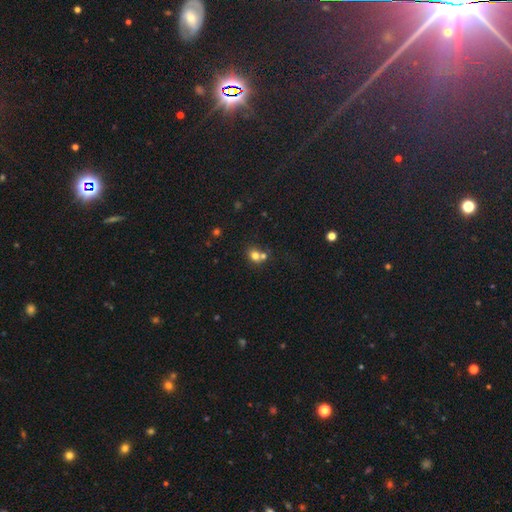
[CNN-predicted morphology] Smooth or featured?
  - smooth: 74% *
  - star or artifact: 15%
  - featured or disk: 11%
How rounded?
  - round: 69% *
  - in between: 30%
  - cigar-shaped: 1%
Merging?
  - none: 44% *
  - merger: 43%
  - minor disturbance: 9%
  - major disturbance: 4%